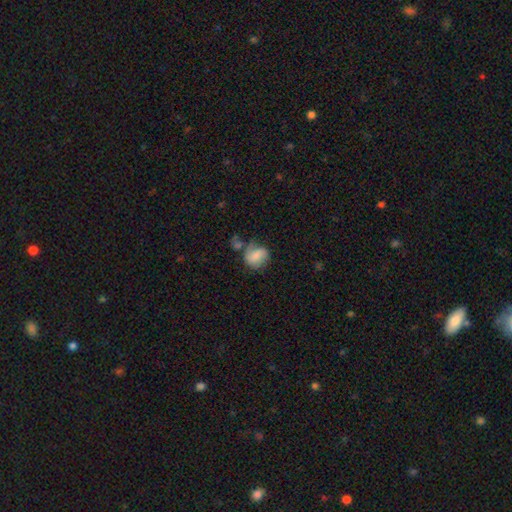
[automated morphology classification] smooth 68%, featured or disk 24%, star or artifact 9%. Down the decision tree: how rounded — round (54%); merging — none (43%).